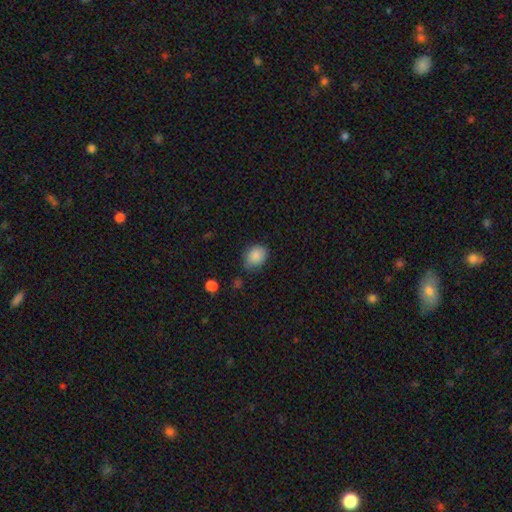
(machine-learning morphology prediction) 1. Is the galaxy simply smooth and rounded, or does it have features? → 87% smooth, 8% star or artifact, 5% featured or disk.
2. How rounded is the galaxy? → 52% in between, 47% round, 1% cigar-shaped.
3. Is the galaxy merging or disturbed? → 72% none, 21% minor disturbance, 5% major disturbance, 2% merger.